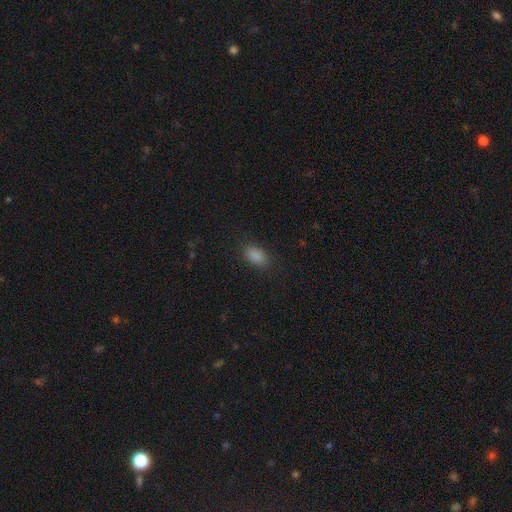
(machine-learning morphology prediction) type=smooth (87%); roundness=in between (91%); merging=none (85%).